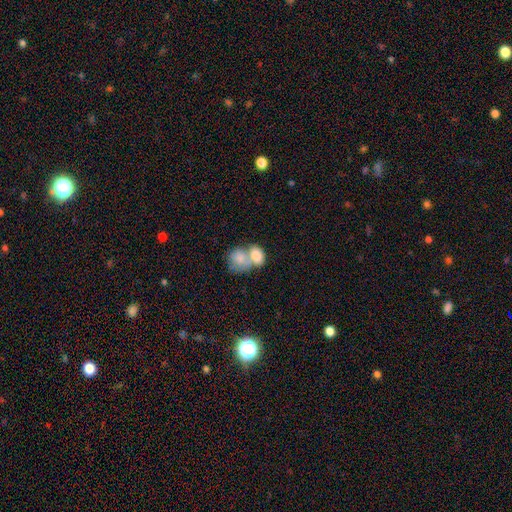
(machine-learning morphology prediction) smooth-or-featured: smooth: 78% | featured or disk: 15% | star or artifact: 6%
  how-rounded: in between: 68% | round: 31% | cigar-shaped: 1%
  merging: merger: 72% | none: 16% | minor disturbance: 7% | major disturbance: 5%